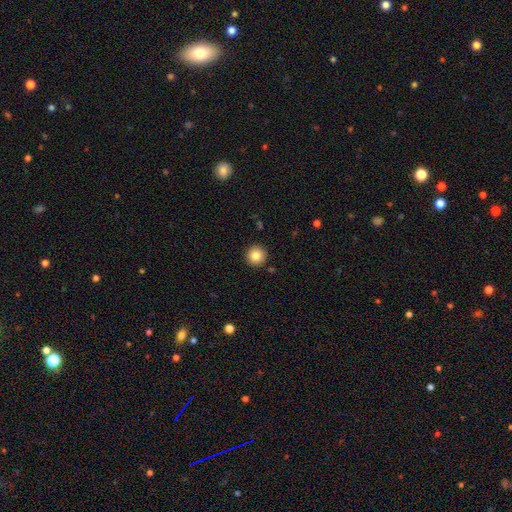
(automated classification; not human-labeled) A smooth galaxy with no disk features (83%) that is round (96%). Merging: none (92%).